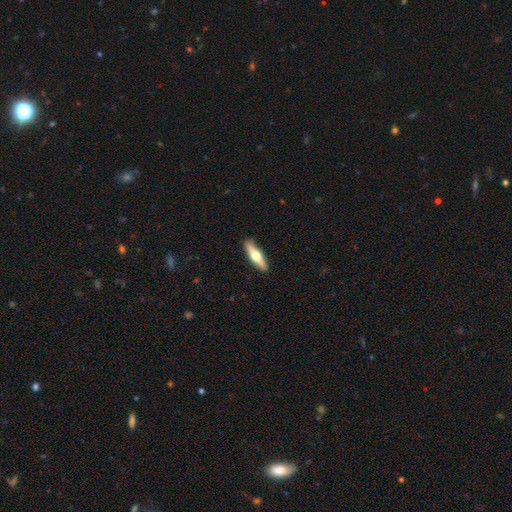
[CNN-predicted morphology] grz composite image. It shows a smooth galaxy with no disk features (49%). Merging: none (89%).